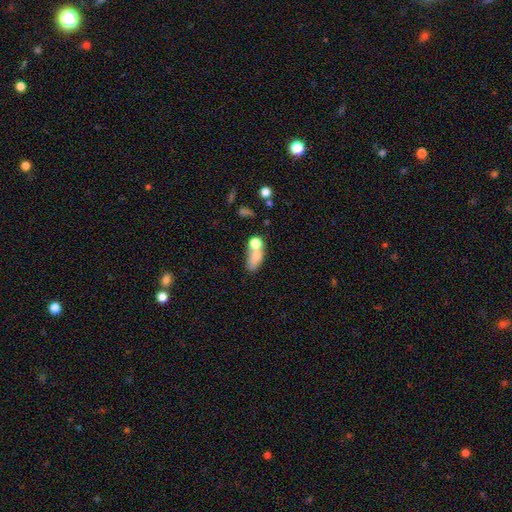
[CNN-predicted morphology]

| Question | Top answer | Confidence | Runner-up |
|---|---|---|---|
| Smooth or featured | smooth | 71% | featured or disk (18%) |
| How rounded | in between | 70% | round (17%) |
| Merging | merger | 40% | none (35%) |